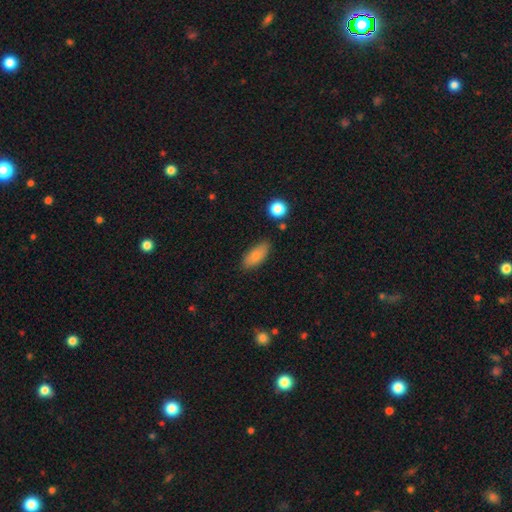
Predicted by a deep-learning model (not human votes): A smooth galaxy with no disk features (80%) that is in between round and cigar-shaped (83%). Merging: none (79%).